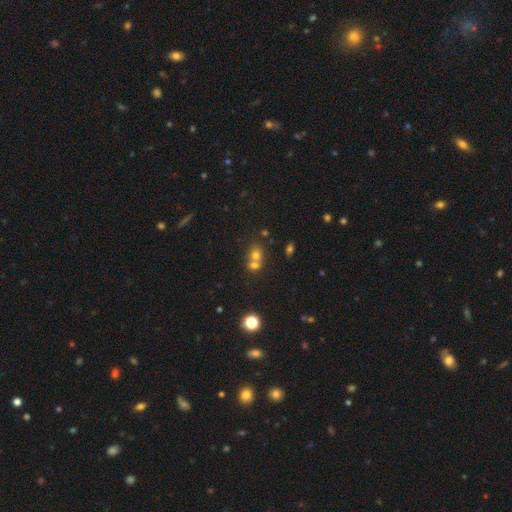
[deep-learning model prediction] smooth_or_featured: smooth (p=0.67) [alt: star or artifact p=0.18]
how_rounded: round (p=0.69) [alt: in between p=0.30]
merging: merger (p=0.58) [alt: none p=0.33]